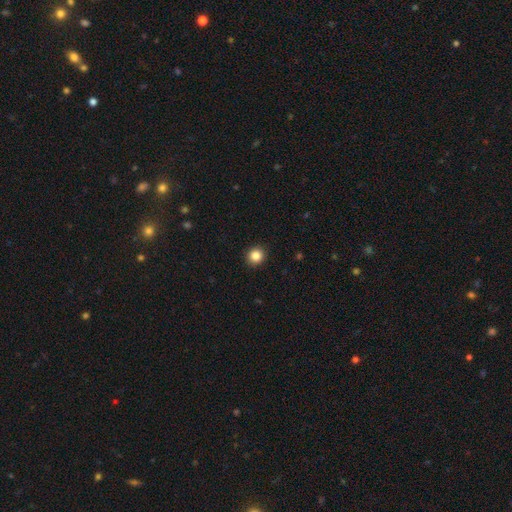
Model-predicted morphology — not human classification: Smooth or featured? smooth (86%)
How rounded? round (92%)
Merging? none (93%)